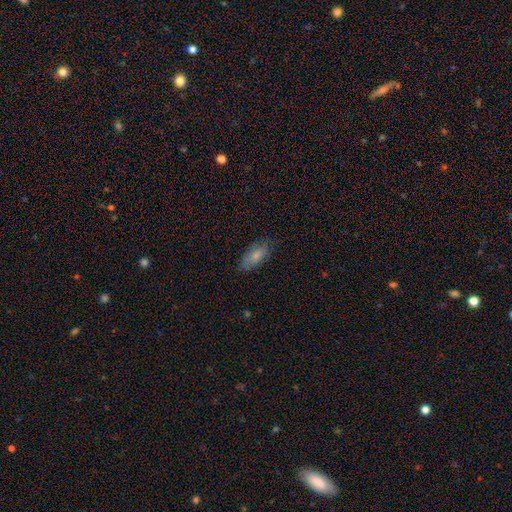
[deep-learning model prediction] A smooth galaxy with no disk features (76%) that is in between round and cigar-shaped (83%). Merging: none (74%).